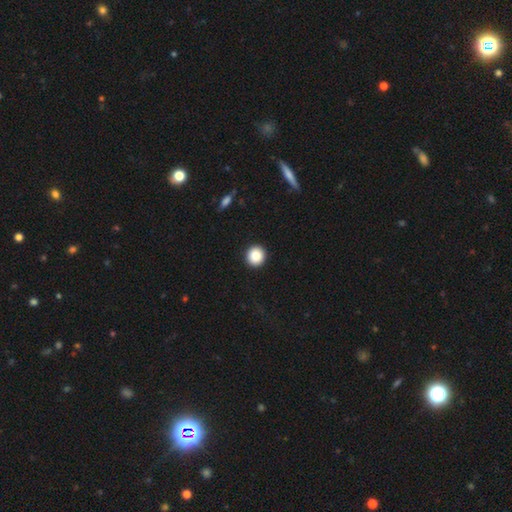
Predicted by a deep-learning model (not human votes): Smooth or featured?
  - smooth: 87% *
  - star or artifact: 9%
  - featured or disk: 4%
How rounded?
  - round: 93% *
  - in between: 6%
  - cigar-shaped: 1%
Merging?
  - none: 93% *
  - minor disturbance: 4%
  - major disturbance: 2%
  - merger: 1%